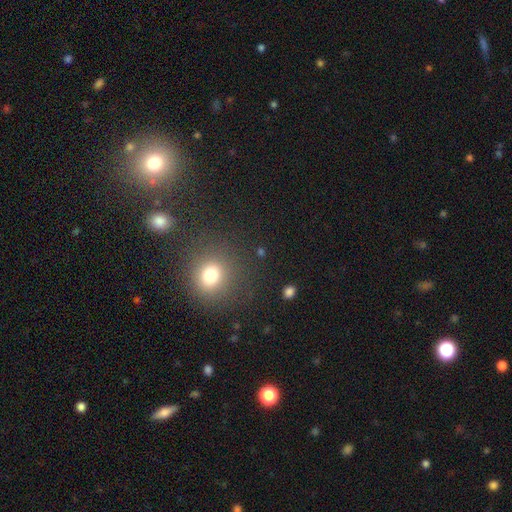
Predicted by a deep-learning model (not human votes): Smooth or featured?
  - smooth: 59% *
  - star or artifact: 34%
  - featured or disk: 7%
How rounded?
  - round: 88% *
  - in between: 10%
  - cigar-shaped: 1%
Merging?
  - none: 85% *
  - minor disturbance: 7%
  - merger: 5%
  - major disturbance: 3%